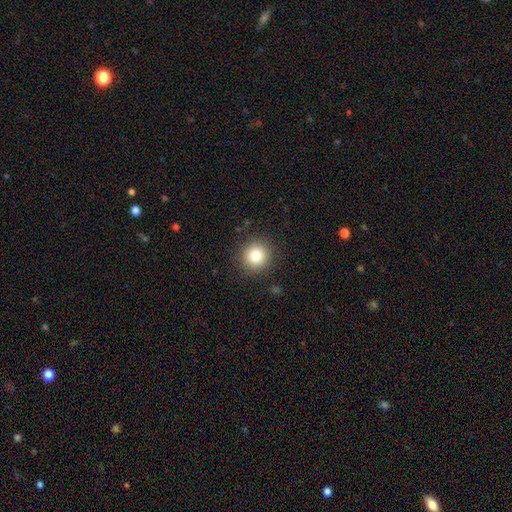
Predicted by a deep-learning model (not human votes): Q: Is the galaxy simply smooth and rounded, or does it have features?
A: smooth — 82%.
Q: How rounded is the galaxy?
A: round — 93%.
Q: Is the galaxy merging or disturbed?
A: none — 89%.